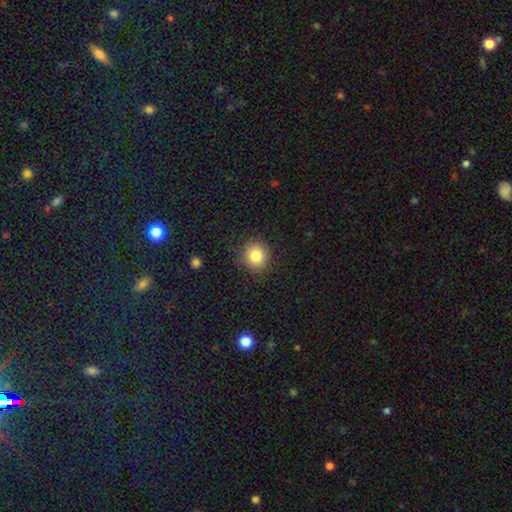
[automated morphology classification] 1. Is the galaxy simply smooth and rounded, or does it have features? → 83% smooth, 10% star or artifact, 7% featured or disk.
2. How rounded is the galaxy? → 88% round, 11% in between, 1% cigar-shaped.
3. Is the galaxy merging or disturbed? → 87% none, 9% minor disturbance, 3% major disturbance, 1% merger.